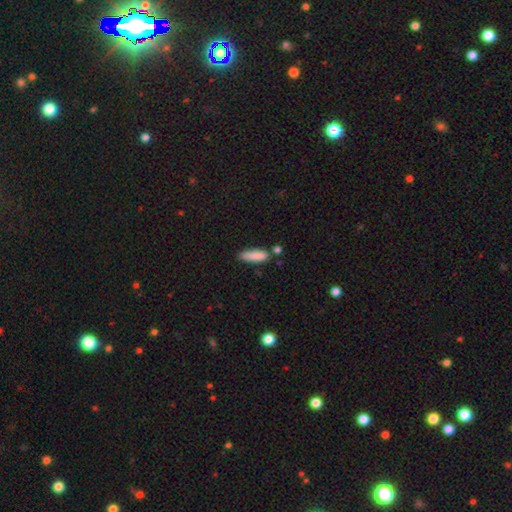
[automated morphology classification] This appears to be a smooth galaxy with no disk features (86%) that is cigar-shaped (61%). Merging: none (72%).